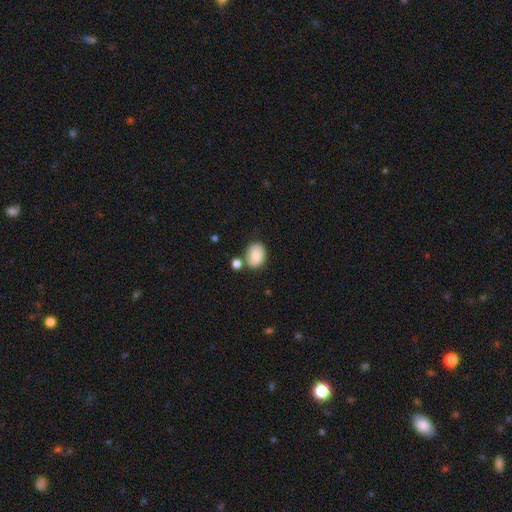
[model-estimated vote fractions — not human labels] Smooth or featured? smooth (83%)
How rounded? in between (61%)
Merging? none (57%)